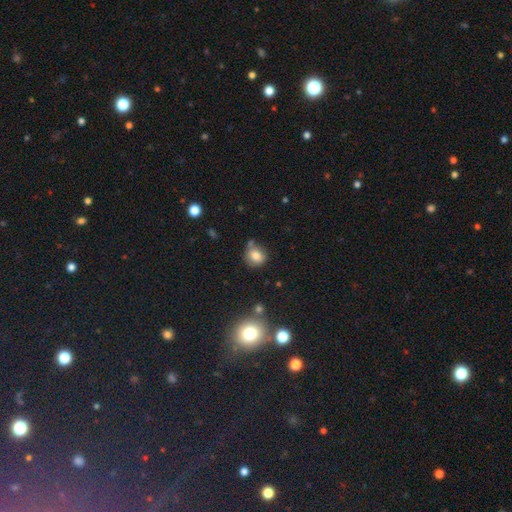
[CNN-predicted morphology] The model was most divided on "merging": none: 67%, minor disturbance: 17%, merger: 11%, major disturbance: 5%. More confident: smooth or featured — smooth (78%); how rounded — round (77%).